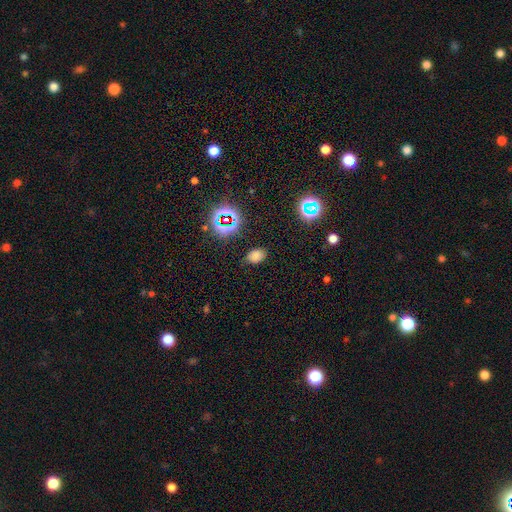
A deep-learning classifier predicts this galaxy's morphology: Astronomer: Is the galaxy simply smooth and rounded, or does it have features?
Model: smooth — 68%.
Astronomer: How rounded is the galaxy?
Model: in between — 83%.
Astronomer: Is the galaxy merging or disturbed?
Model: none — 81%.